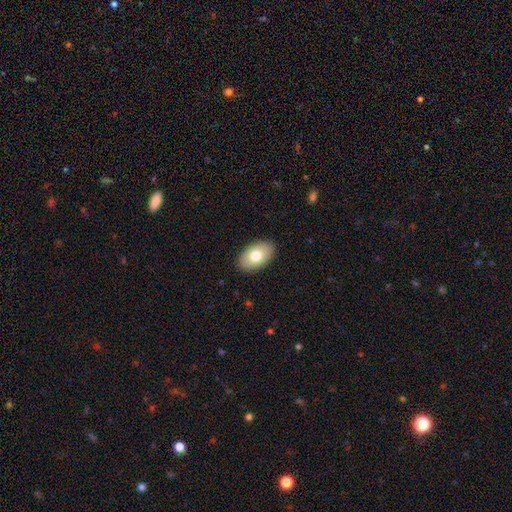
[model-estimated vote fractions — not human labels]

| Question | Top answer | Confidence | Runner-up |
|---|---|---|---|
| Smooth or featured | smooth | 76% | featured or disk (17%) |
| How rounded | in between | 93% | round (6%) |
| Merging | none | 89% | minor disturbance (8%) |